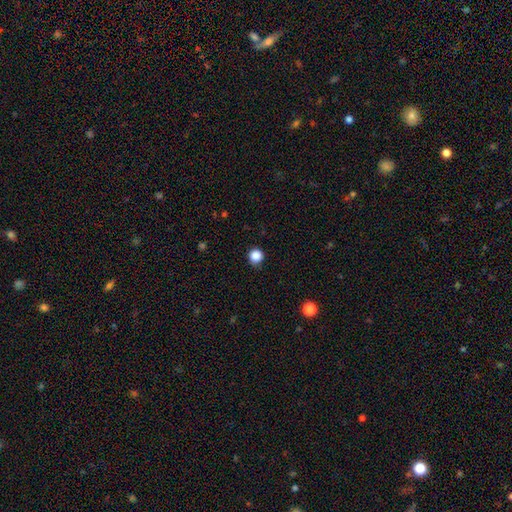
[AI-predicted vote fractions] Overall: smooth (87%). How rounded: round (94%). Merging: none (87%).